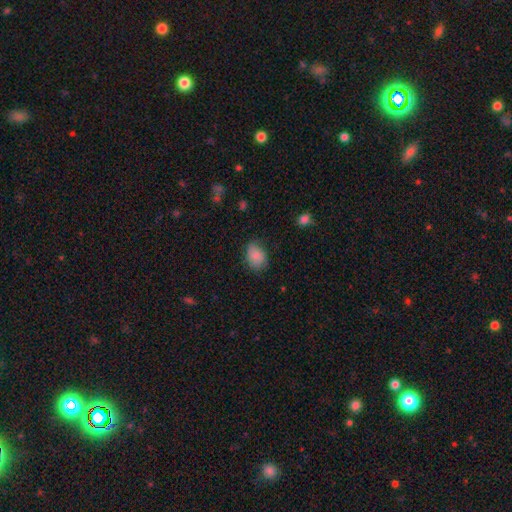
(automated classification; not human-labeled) Morphology: type=smooth (85%); roundness=in between (68%); merging=none (70%).